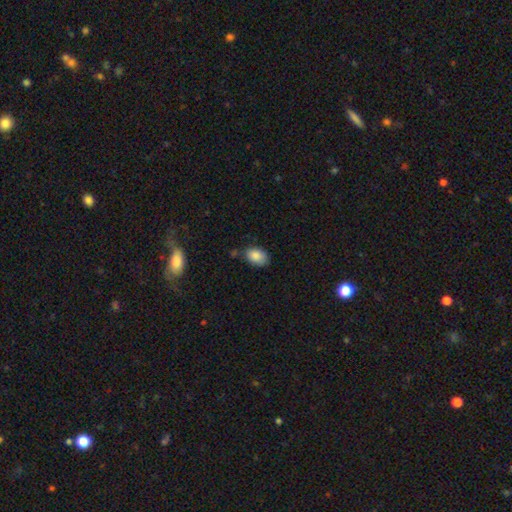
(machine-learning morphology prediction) Overall: smooth (86%). How rounded: in between (86%). Merging: none (70%).